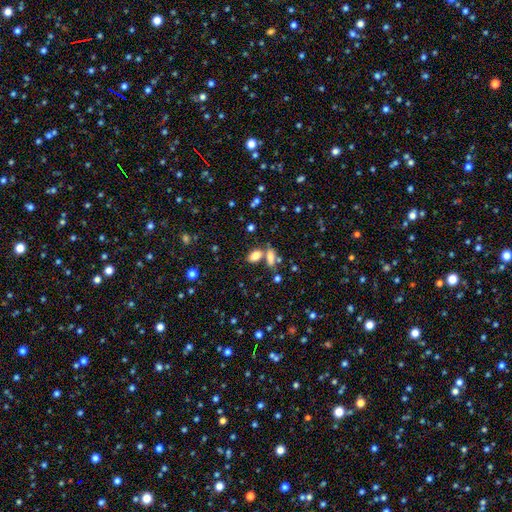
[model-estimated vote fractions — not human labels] A smooth galaxy with no disk features (82%) that is in between round and cigar-shaped (85%). Merging: none (56%).